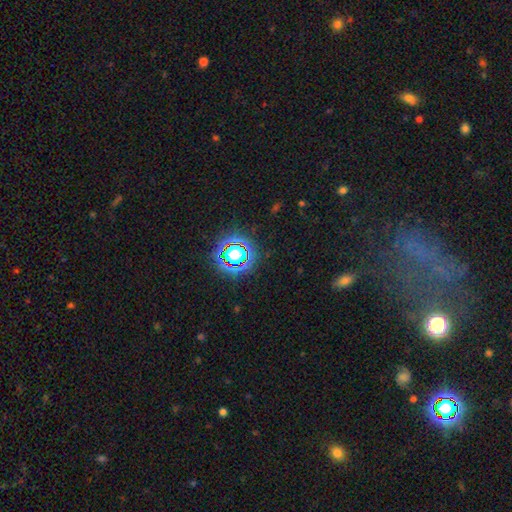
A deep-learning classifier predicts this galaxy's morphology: The model was most divided on "smooth or featured": star or artifact: 70%, smooth: 20%, featured or disk: 11%.